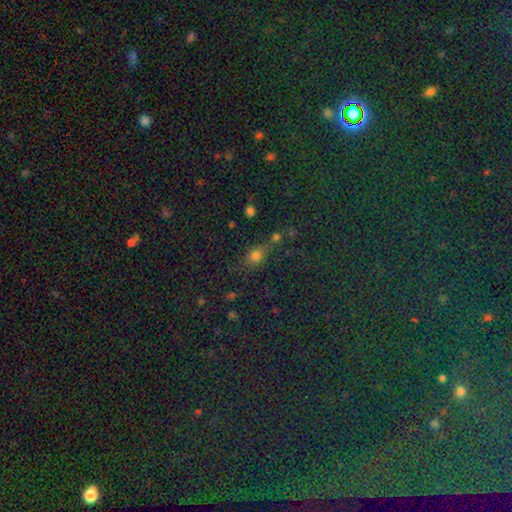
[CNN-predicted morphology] type=smooth (64%); roundness=round (51%); merging=none (60%).